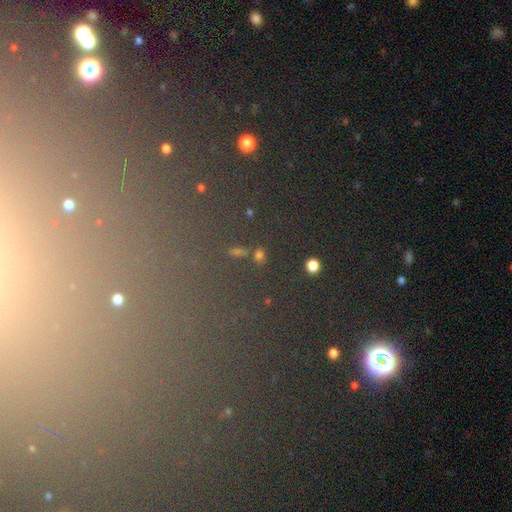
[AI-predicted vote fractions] star or artifact 63%, smooth 26%, featured or disk 11%.